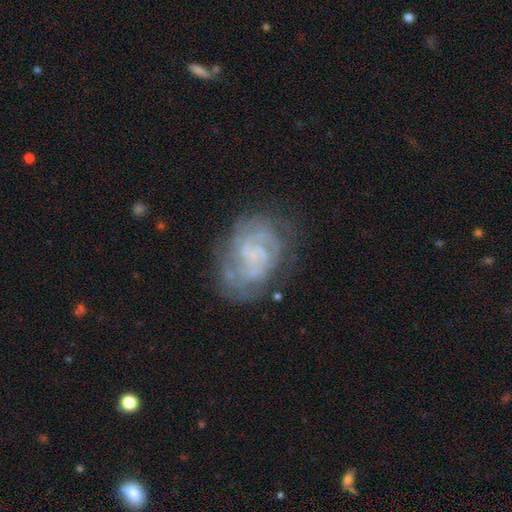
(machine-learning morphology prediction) smooth-or-featured: featured or disk: 72% | smooth: 18% | star or artifact: 10%
  disk-edge-on: no: 98% | yes: 2%
    bar: no: 59% | weak: 33% | strong: 8%
    has-spiral-arms: yes: 81% | no: 19%
      spiral-winding: tight: 50% | medium: 36% | loose: 14%
      spiral-arm-count: can't tell: 39% | 2: 35% | 3: 12% | 1: 5% | 4: 5% | more than 4: 4%
    bulge-size: none: 46% | small: 36% | moderate: 14% | large: 3% | dominant: 1%
  merging: none: 67% | minor disturbance: 19% | major disturbance: 11% | merger: 3%